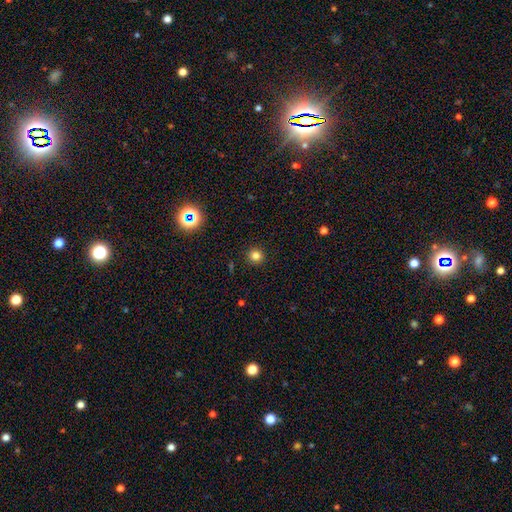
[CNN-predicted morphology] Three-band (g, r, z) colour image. It shows a smooth galaxy with no disk features (80%) that is round (94%). Merging: none (92%).